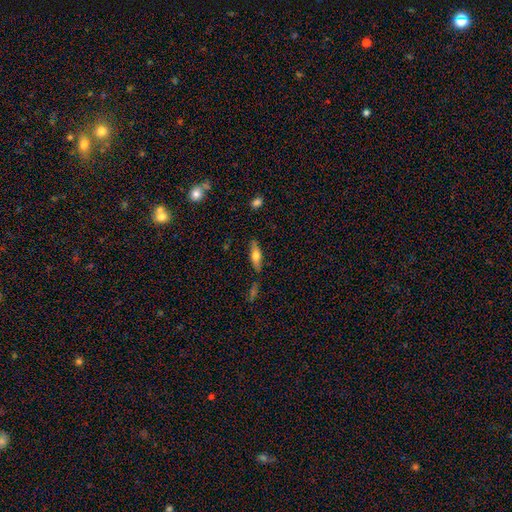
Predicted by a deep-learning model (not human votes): smooth-or-featured: smooth: 59% | featured or disk: 34% | star or artifact: 7%
  how-rounded: in between: 49% | cigar-shaped: 48% | round: 3%
  merging: none: 80% | minor disturbance: 14% | merger: 4% | major disturbance: 3%